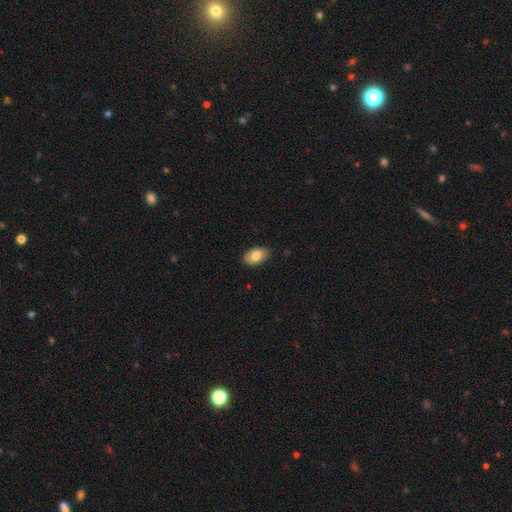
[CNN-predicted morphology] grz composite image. It shows a smooth galaxy with no disk features (80%) that is in between round and cigar-shaped (94%). Merging: none (87%).